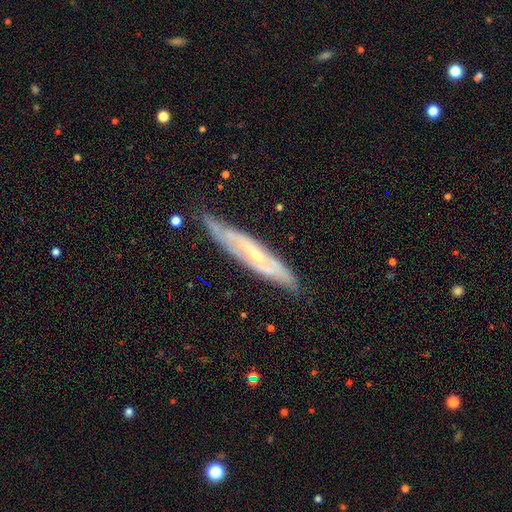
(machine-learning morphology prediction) A featured or disk galaxy (75%) viewed edge-on (53%).

Vote fractions:
- Smooth or featured? featured or disk: 75% / smooth: 18% / star or artifact: 7%
- Edge-on disk? yes: 53% / no: 47%
- Merging? none: 72% / minor disturbance: 21% / major disturbance: 5% / merger: 2%